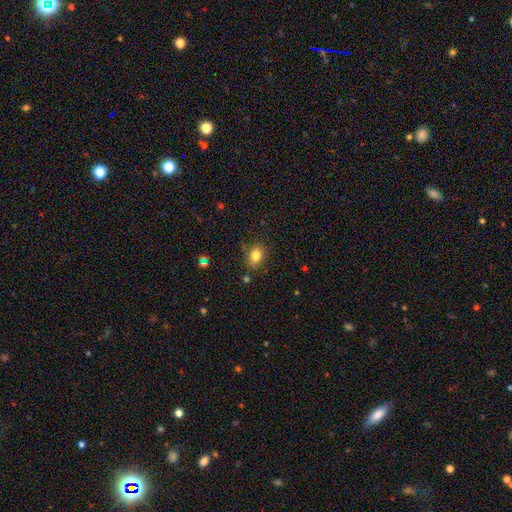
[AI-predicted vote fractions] Smooth or featured?
  - smooth: 82% *
  - star or artifact: 10%
  - featured or disk: 8%
How rounded?
  - in between: 69% *
  - round: 29%
  - cigar-shaped: 1%
Merging?
  - none: 82% *
  - minor disturbance: 12%
  - major disturbance: 3%
  - merger: 3%